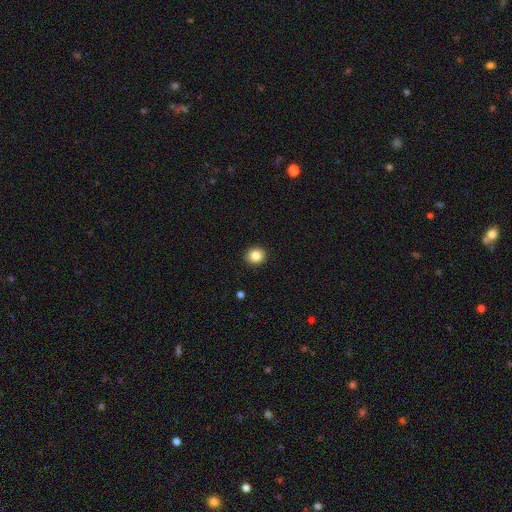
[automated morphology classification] The model was most divided on "smooth or featured": smooth: 85%, star or artifact: 10%, featured or disk: 5%. More confident: merging — none (92%); how rounded — round (87%).